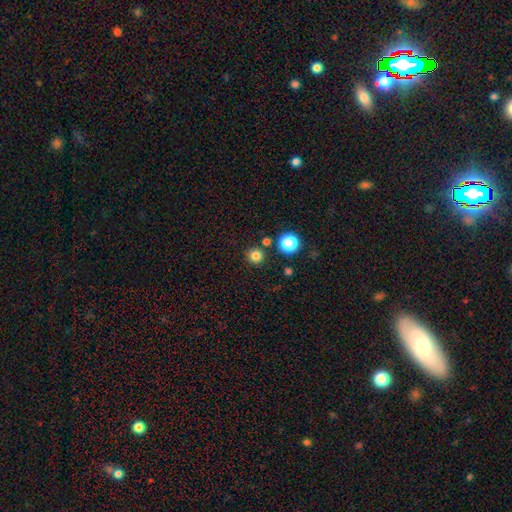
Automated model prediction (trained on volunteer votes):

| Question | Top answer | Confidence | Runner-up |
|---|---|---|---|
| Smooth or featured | smooth | 79% | star or artifact (15%) |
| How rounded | round | 95% | in between (4%) |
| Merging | none | 87% | minor disturbance (6%) |